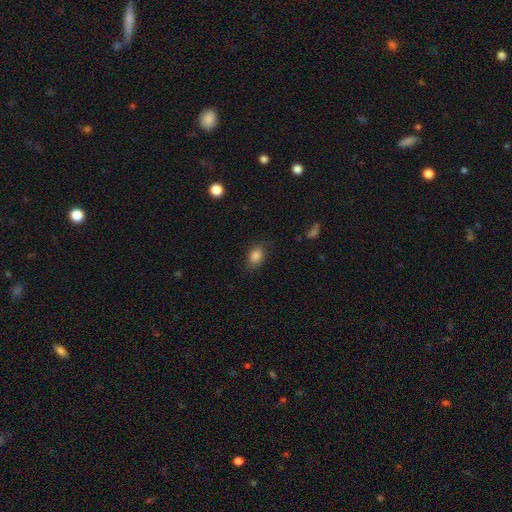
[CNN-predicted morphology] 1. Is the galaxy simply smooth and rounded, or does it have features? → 86% smooth, 10% star or artifact, 5% featured or disk.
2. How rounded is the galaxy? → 73% in between, 26% round, 1% cigar-shaped.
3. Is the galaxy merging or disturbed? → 80% none, 15% minor disturbance, 4% major disturbance, 1% merger.